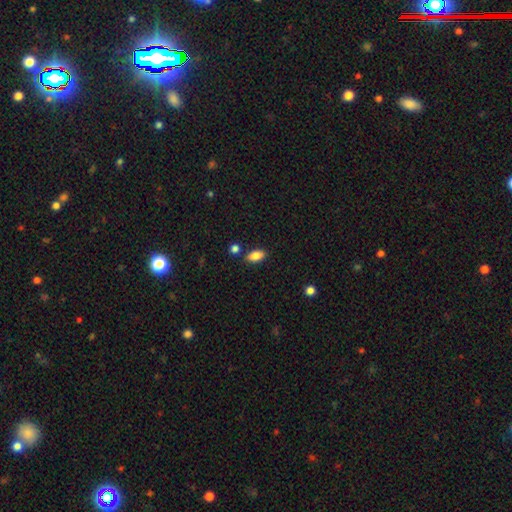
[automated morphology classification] smooth_or_featured: smooth (p=0.84) [alt: featured or disk p=0.08]
how_rounded: in between (p=0.90) [alt: cigar-shaped p=0.06]
merging: none (p=0.82) [alt: minor disturbance p=0.10]